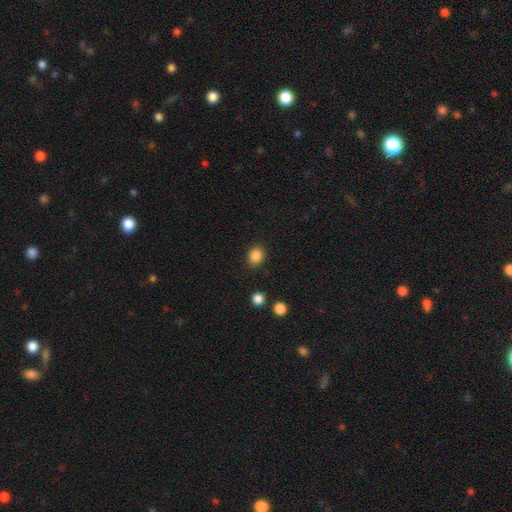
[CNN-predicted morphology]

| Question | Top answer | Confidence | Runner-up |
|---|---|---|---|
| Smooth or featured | smooth | 87% | star or artifact (10%) |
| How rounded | round | 56% | in between (43%) |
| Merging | none | 87% | minor disturbance (8%) |